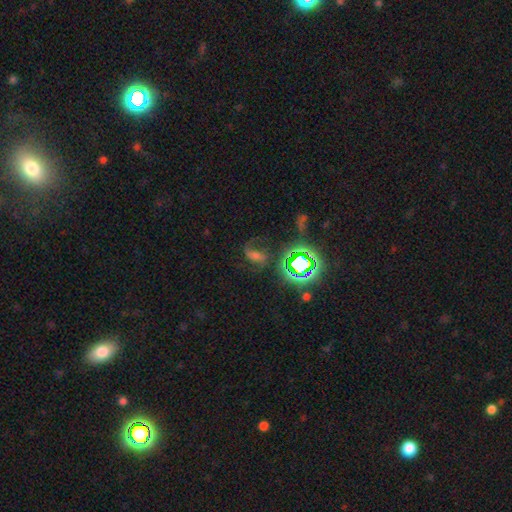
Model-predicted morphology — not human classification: This is possibly a featured or disk galaxy (54%). It is clearly not viewed edge-on (95%). Bar: marginally strong (37%). Spiral arm pattern: clearly yes (91%). Central bulge: marginally moderate (39%). Merging: likely none (62%).